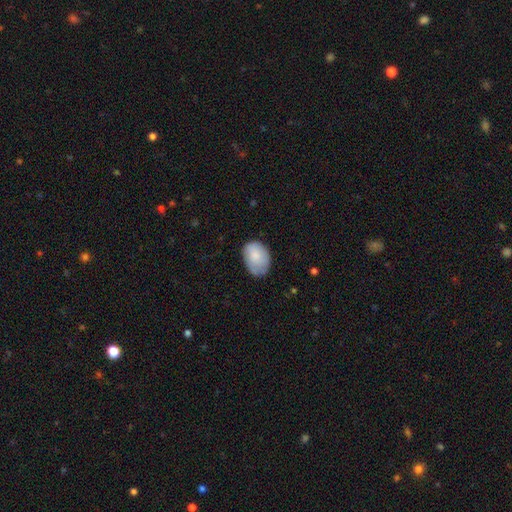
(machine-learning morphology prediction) smooth-or-featured: smooth: 80% | featured or disk: 14% | star or artifact: 6%
  how-rounded: in between: 78% | round: 21% | cigar-shaped: 1%
  merging: none: 61% | minor disturbance: 31% | major disturbance: 6% | merger: 1%